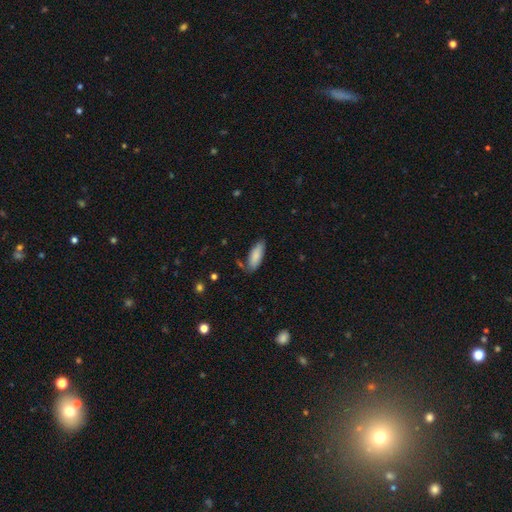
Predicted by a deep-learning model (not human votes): The model was most divided on "how rounded": in between: 68%, cigar-shaped: 31%, round: 2%. More confident: smooth or featured — smooth (84%); merging — none (71%).